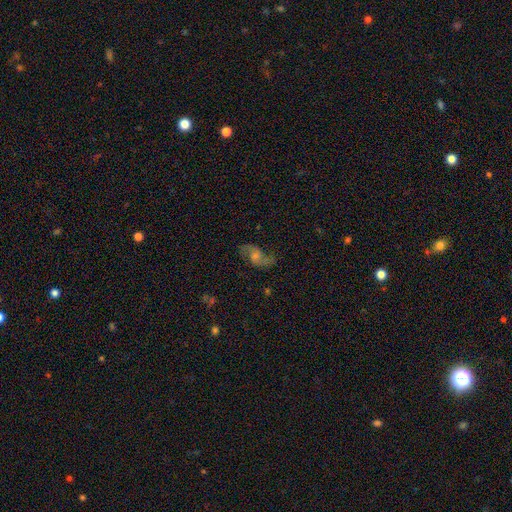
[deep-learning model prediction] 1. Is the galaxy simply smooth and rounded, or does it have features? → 77% featured or disk, 12% smooth, 11% star or artifact.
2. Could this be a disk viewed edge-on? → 95% no, 5% yes.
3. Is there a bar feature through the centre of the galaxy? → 59% no, 35% weak, 7% strong.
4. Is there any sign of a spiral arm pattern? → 94% yes, 6% no.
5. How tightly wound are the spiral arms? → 58% loose, 34% medium, 8% tight.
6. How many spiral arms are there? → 91% 2, 4% can't tell, 2% 1, 1% 3, 1% 4, 1% more than 4.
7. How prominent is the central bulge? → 43% moderate, 40% small, 9% none, 6% large, 1% dominant.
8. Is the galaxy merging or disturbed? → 74% none, 15% minor disturbance, 9% major disturbance, 2% merger.